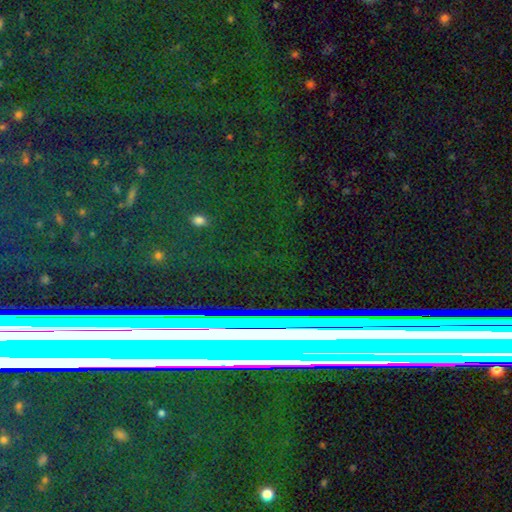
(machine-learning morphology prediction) type=star or artifact (69%).